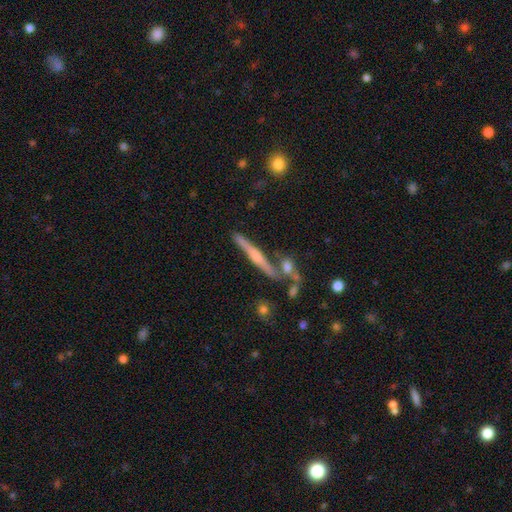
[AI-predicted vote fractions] Smooth or featured? Predicted: featured or disk (p=0.68). Edge-on disk? Predicted: yes (p=0.97). Edge-on bulge? Predicted: rounded (p=0.68). Merging? Predicted: none (p=0.76).